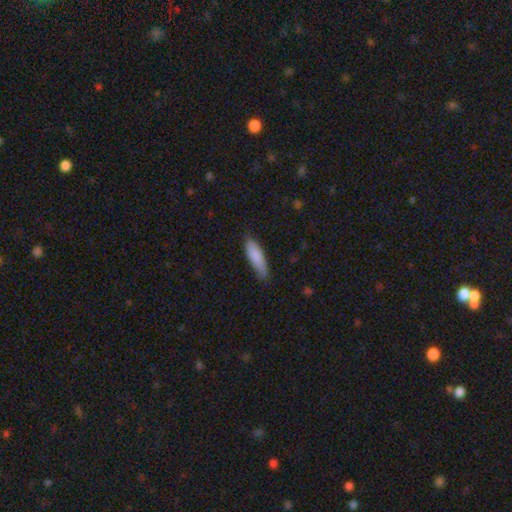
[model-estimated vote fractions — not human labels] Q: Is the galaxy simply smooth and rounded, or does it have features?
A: smooth — 85%.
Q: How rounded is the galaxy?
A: cigar-shaped — 54%.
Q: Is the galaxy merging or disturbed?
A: none — 74%.